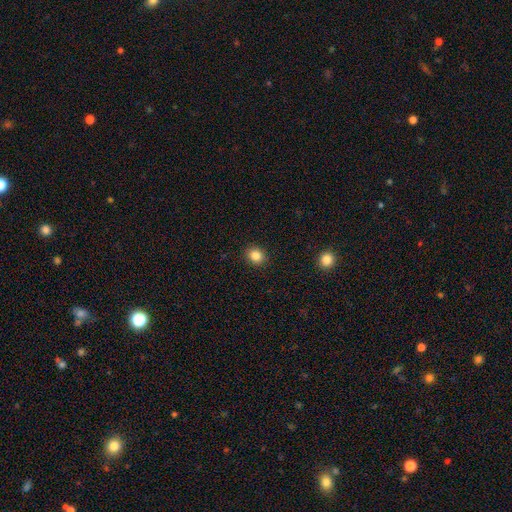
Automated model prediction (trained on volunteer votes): smooth 84%, star or artifact 11%, featured or disk 5%. Down the decision tree: how rounded — round (76%); merging — none (91%).